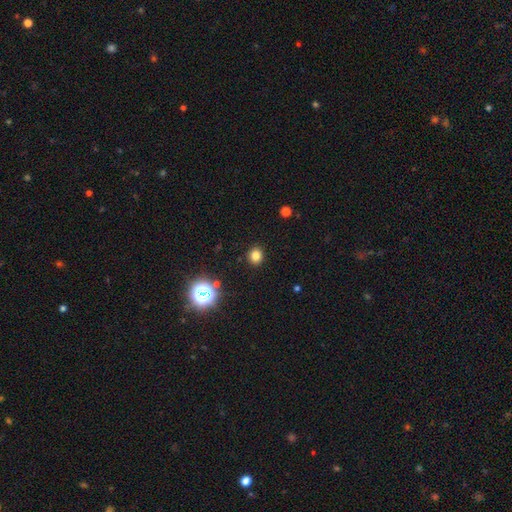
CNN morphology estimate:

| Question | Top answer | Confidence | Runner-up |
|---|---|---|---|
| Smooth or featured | smooth | 79% | star or artifact (16%) |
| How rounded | round | 81% | in between (18%) |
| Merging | none | 91% | minor disturbance (6%) |